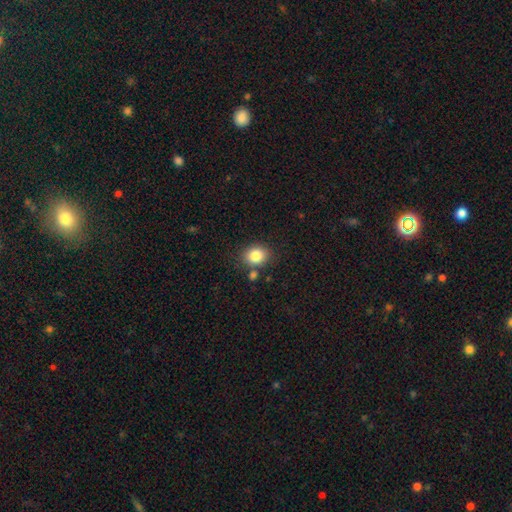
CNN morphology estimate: Smooth or featured? Predicted: smooth (p=0.84). How rounded? Predicted: round (p=0.61). Merging? Predicted: none (p=0.78).